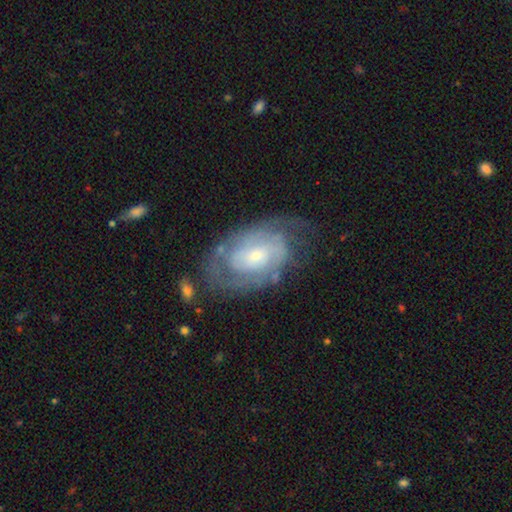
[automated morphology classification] A featured or disk galaxy (80%) with no bar (64%), 2 (40%) tight (63%) spiral arms (86%) and a small central bulge (65%).

Vote fractions:
- Smooth or featured? featured or disk: 80% / smooth: 15% / star or artifact: 5%
- Edge-on disk? no: 96% / yes: 4%
- Bar? no: 64% / weak: 29% / strong: 7%
- Spiral arms? yes: 86% / no: 14%
- Spiral winding? tight: 63% / medium: 28% / loose: 9%
- Spiral arm count? 2: 40% / can't tell: 39% / 3: 9% / 1: 5% / 4: 4% / more than 4: 3%
- Bulge size? small: 65% / moderate: 29% / large: 3% / none: 2% / dominant: 1%
- Merging? none: 63% / minor disturbance: 21% / major disturbance: 13% / merger: 2%